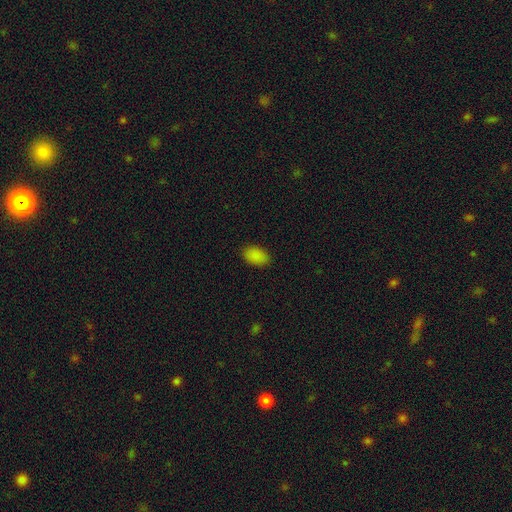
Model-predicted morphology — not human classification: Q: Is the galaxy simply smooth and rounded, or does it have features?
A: smooth — 87%.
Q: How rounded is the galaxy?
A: in between — 91%.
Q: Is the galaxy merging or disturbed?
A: none — 87%.